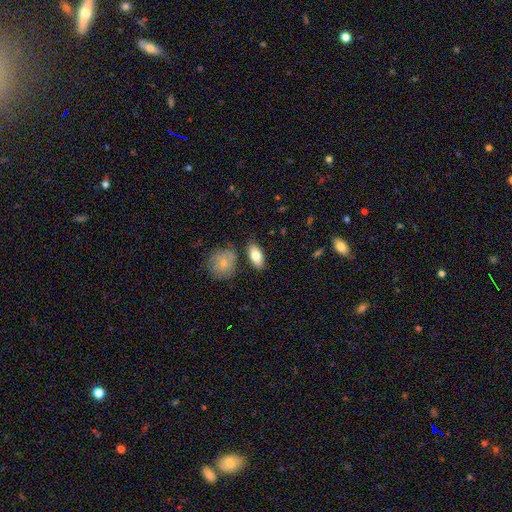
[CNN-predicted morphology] Smooth or featured: smooth — 78% (featured or disk — 15%)
How rounded: in between — 86% (cigar-shaped — 10%)
Merging: none — 79% (minor disturbance — 11%)